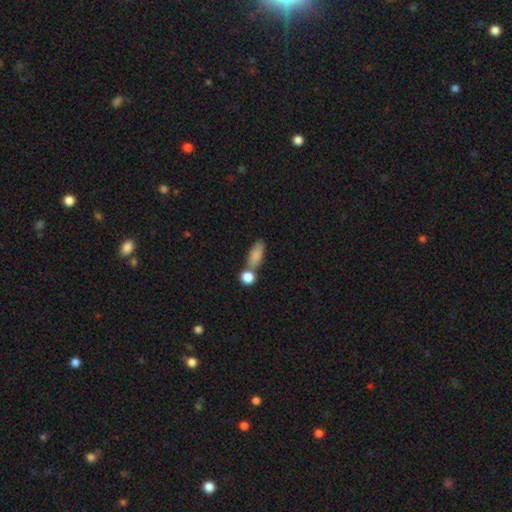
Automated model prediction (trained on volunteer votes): Smooth or featured: smooth — 84% (featured or disk — 8%)
How rounded: in between — 76% (cigar-shaped — 17%)
Merging: none — 54% (merger — 28%)